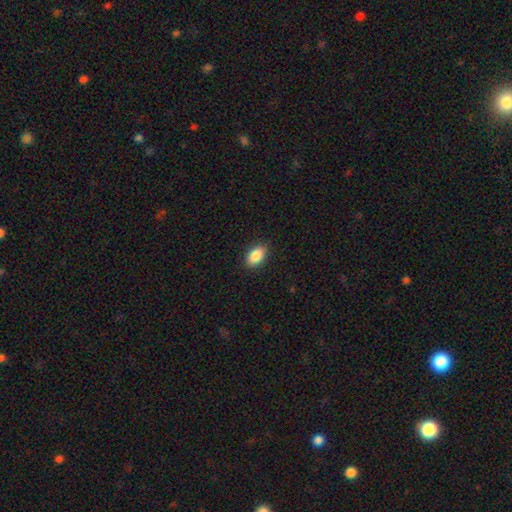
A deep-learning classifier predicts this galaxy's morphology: Smooth or featured? smooth (88%)
How rounded? in between (91%)
Merging? none (89%)